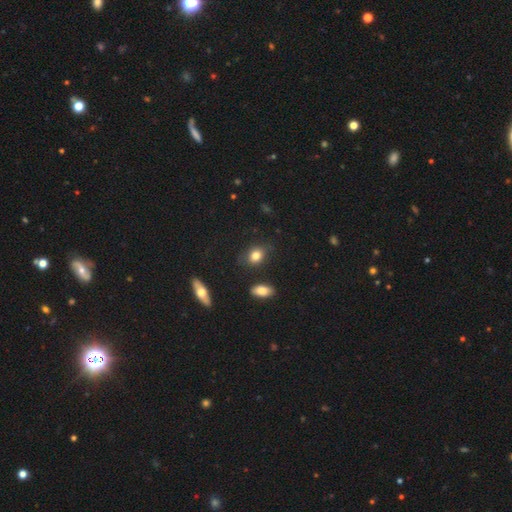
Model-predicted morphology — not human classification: Overall: smooth (81%). How rounded: in between (59%; round 39%). Merging: none (78%).